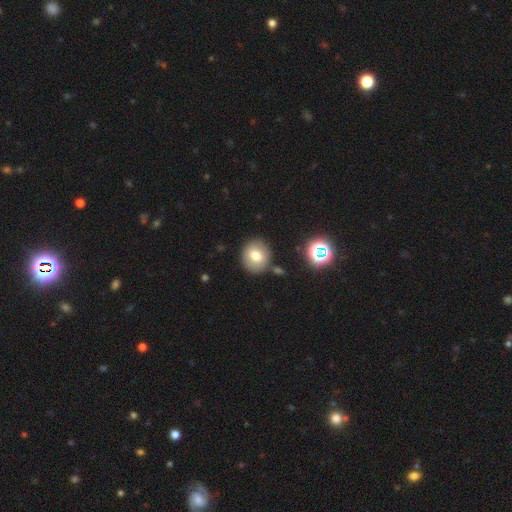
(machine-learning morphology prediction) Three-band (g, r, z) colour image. It shows a smooth galaxy with no disk features (73%) that is round (84%). Merging: none (82%).